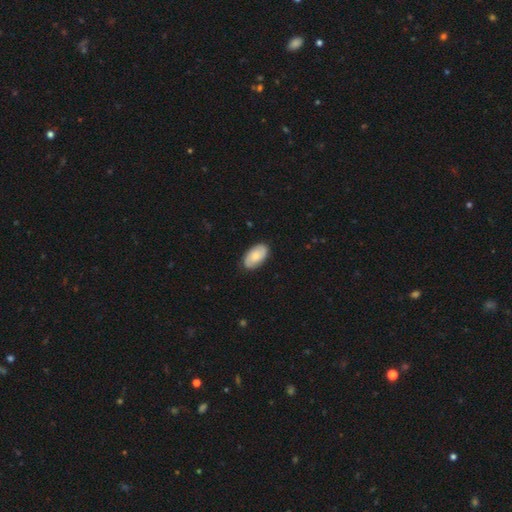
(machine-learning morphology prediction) smooth_or_featured: smooth (p=0.60) [alt: featured or disk p=0.34]
how_rounded: in between (p=0.95) [alt: round p=0.04]
merging: none (p=0.85) [alt: minor disturbance p=0.12]